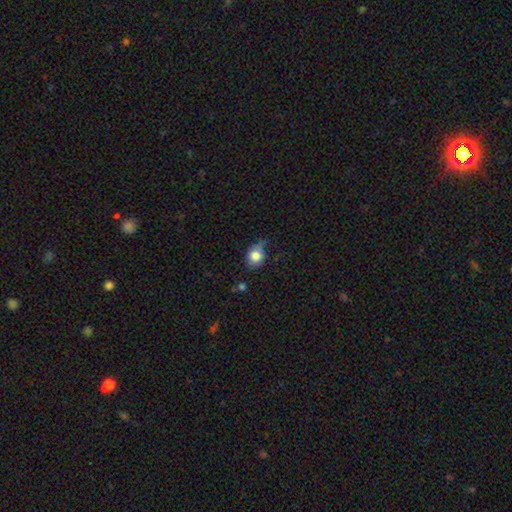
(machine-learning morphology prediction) Smooth or featured?
  - smooth: 80% *
  - featured or disk: 11%
  - star or artifact: 9%
How rounded?
  - round: 61% *
  - in between: 38%
  - cigar-shaped: 1%
Merging?
  - none: 43% *
  - minor disturbance: 39%
  - major disturbance: 15%
  - merger: 4%